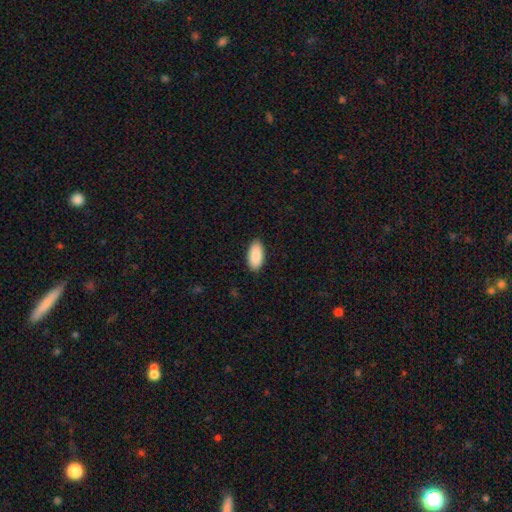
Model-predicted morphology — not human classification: This appears to be a smooth galaxy with no disk features (90%) that is in between round and cigar-shaped (93%). Merging: none (89%).